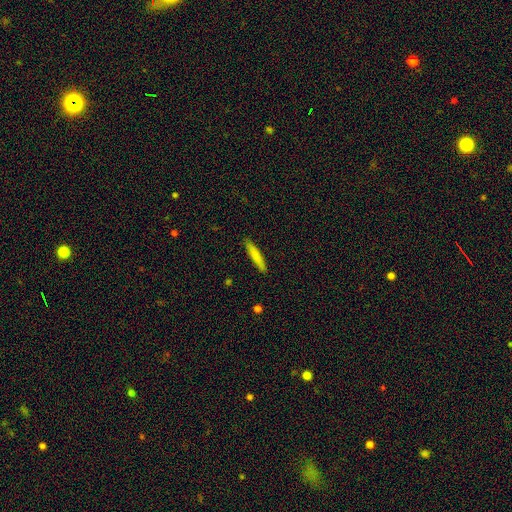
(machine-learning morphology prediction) Overall: smooth (79%). How rounded: cigar-shaped (92%). Merging: none (90%).